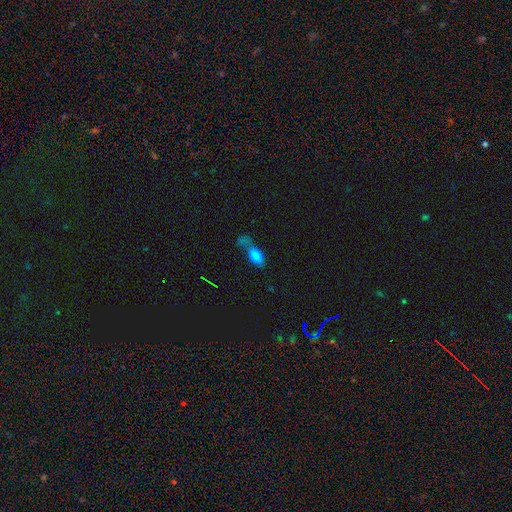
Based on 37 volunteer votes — smooth_or_featured: smooth (p=0.70) [alt: featured or disk p=0.19]
how_rounded: in between (p=0.92) [alt: round p=0.04]
merging: major disturbance (p=0.39) [alt: merger p=0.36]